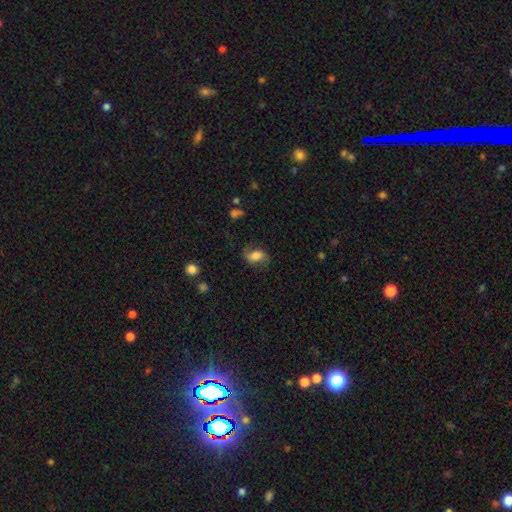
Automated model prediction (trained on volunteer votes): Smooth or featured?
  - featured or disk: 50% *
  - smooth: 41%
  - star or artifact: 9%
Edge-on disk?
  - no: 94% *
  - yes: 6%
Merging?
  - none: 70% *
  - minor disturbance: 18%
  - major disturbance: 10%
  - merger: 2%